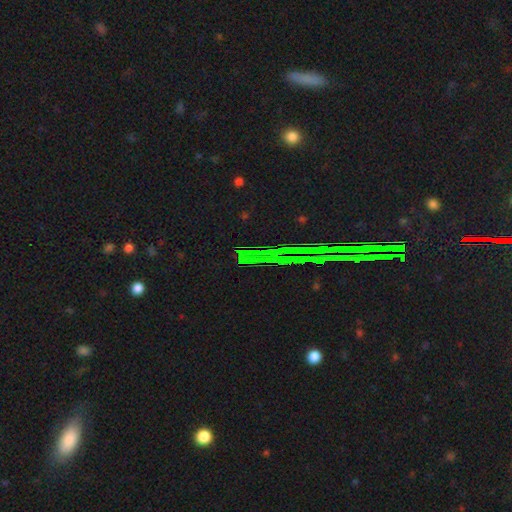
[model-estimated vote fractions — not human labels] Smooth or featured? Predicted: star or artifact (p=0.80).